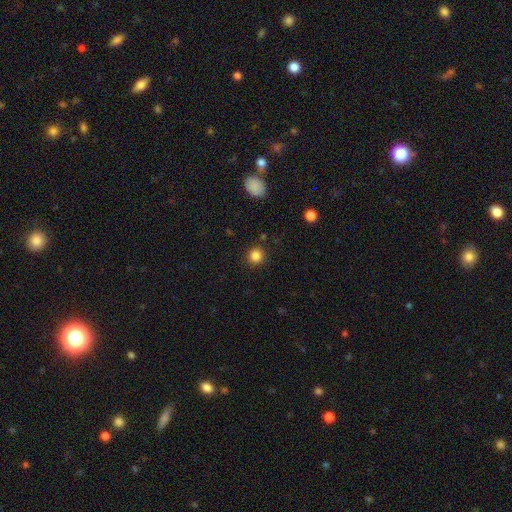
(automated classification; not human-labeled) Morphology: type=smooth (84%); roundness=round (93%); merging=none (90%).